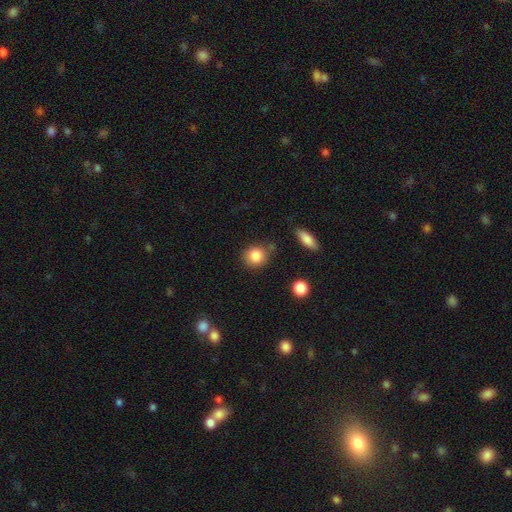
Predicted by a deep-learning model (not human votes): A smooth galaxy with no disk features (85%) that is round (79%).

Vote fractions:
- Smooth or featured? smooth: 85% / star or artifact: 9% / featured or disk: 6%
- How rounded? round: 79% / in between: 20% / cigar-shaped: 1%
- Merging? none: 75% / minor disturbance: 15% / merger: 6% / major disturbance: 4%